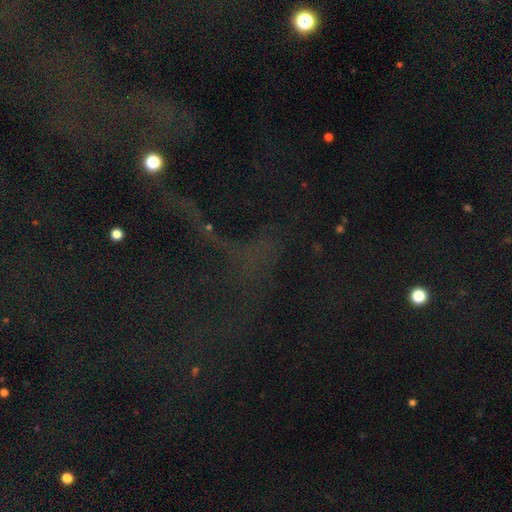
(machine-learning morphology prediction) Overall: star or artifact (68%).